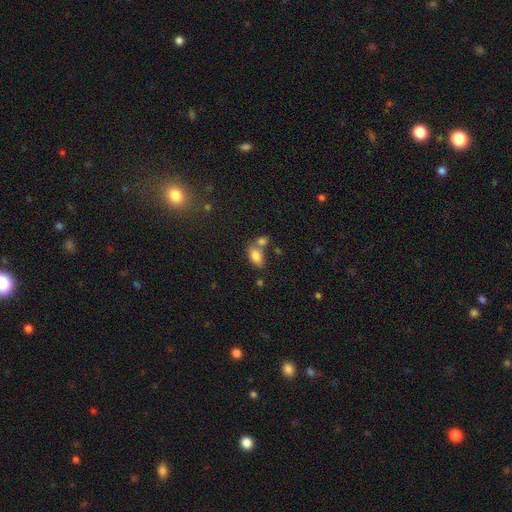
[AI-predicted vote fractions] The model was most divided on "merging": none: 47%, merger: 35%, minor disturbance: 13%, major disturbance: 5%. More confident: how rounded — in between (90%); smooth or featured — smooth (81%).